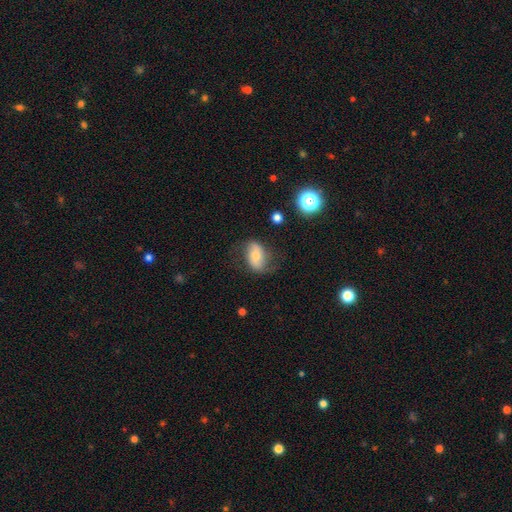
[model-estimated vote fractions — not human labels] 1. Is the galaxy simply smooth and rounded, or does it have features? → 46% smooth, 45% featured or disk, 10% star or artifact.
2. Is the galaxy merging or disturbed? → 64% none, 23% minor disturbance, 12% major disturbance, 2% merger.